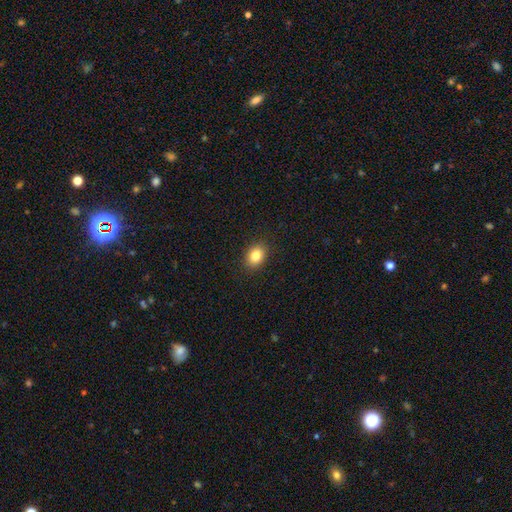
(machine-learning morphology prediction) Q: Smooth or featured?
A: smooth (83%); runner-up: star or artifact (10%)
Q: How rounded?
A: in between (61%); runner-up: round (38%)
Q: Merging?
A: none (90%); runner-up: minor disturbance (7%)